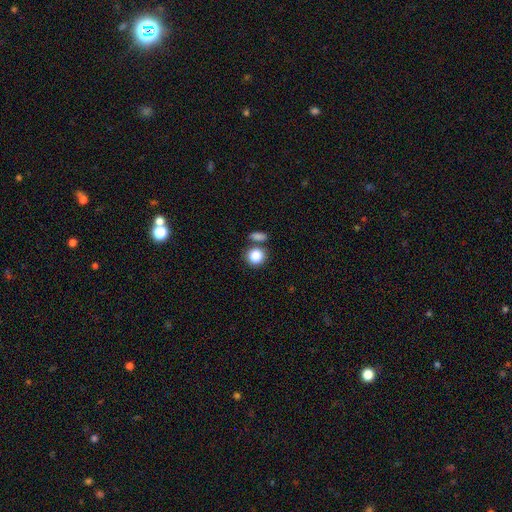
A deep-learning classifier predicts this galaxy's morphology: Q: Smooth or featured?
A: smooth (86%); runner-up: star or artifact (9%)
Q: How rounded?
A: round (81%); runner-up: in between (18%)
Q: Merging?
A: none (61%); runner-up: merger (24%)